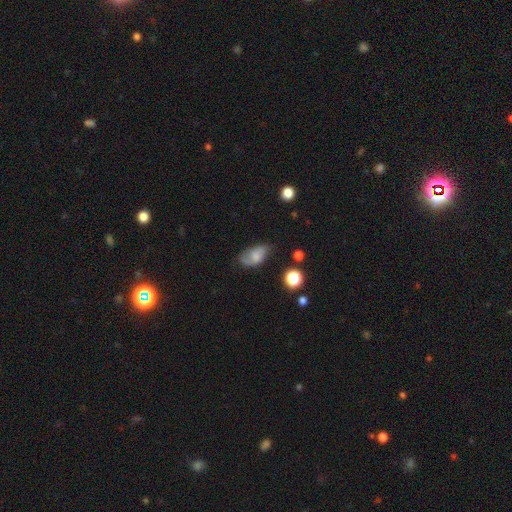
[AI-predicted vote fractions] Smooth or featured?
  - smooth: 62% *
  - featured or disk: 28%
  - star or artifact: 10%
How rounded?
  - in between: 89% *
  - round: 8%
  - cigar-shaped: 3%
Merging?
  - none: 50% *
  - minor disturbance: 34%
  - major disturbance: 13%
  - merger: 3%